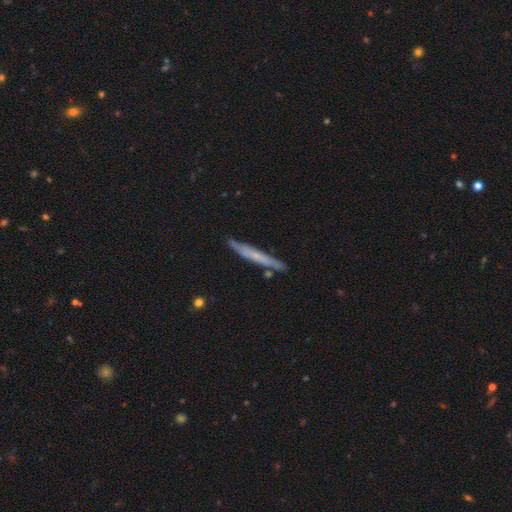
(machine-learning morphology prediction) Smooth or featured: featured or disk — 49% (smooth — 44%)
Merging: none — 80% (minor disturbance — 14%)